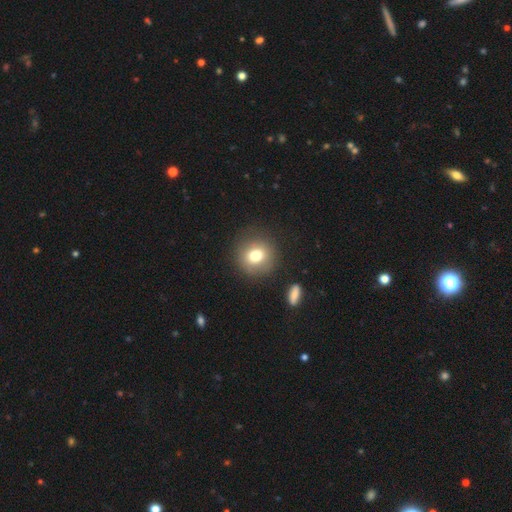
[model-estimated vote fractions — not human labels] A smooth galaxy with no disk features (75%) that is round (87%). Merging: none (84%).